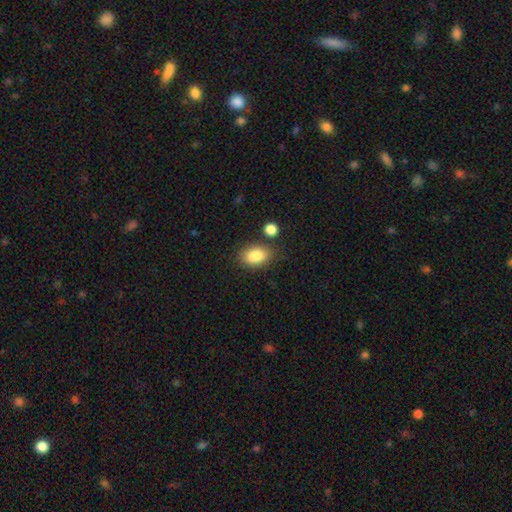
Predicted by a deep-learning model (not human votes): A smooth galaxy with no disk features (86%) that is in between round and cigar-shaped (88%). Merging: none (74%).